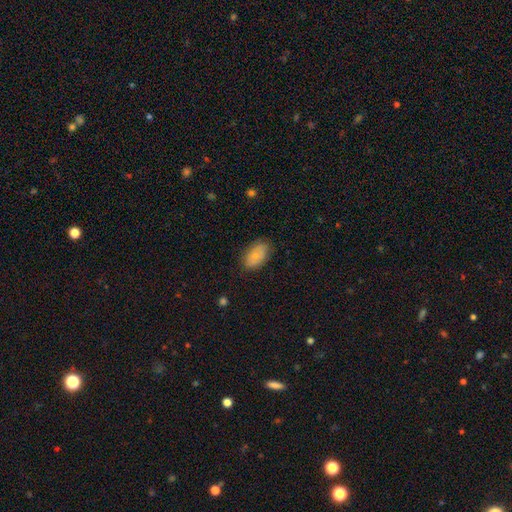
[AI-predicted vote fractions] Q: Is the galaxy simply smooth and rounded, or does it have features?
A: smooth — 72%.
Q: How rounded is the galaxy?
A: in between — 92%.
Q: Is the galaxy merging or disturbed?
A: none — 78%.